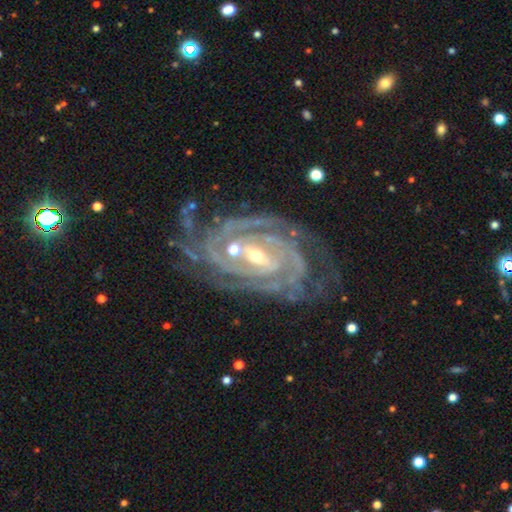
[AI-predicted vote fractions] Smooth or featured: featured or disk — 92% (star or artifact — 5%)
Edge-on disk: no — 97% (yes — 3%)
Bar: weak — 40% (strong — 37%)
Spiral arms: yes — 99% (no — 1%)
Spiral winding: tight — 76% (medium — 21%)
Spiral arm count: 3 — 27% (4 — 26%)
Bulge size: small — 52% (moderate — 44%)
Merging: none — 68% (minor disturbance — 20%)